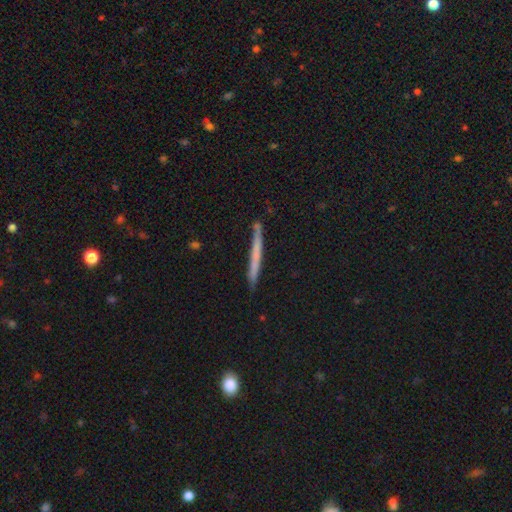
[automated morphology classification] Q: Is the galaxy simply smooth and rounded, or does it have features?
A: smooth — 56%.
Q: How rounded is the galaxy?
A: cigar-shaped — 97%.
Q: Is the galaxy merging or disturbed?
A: none — 85%.